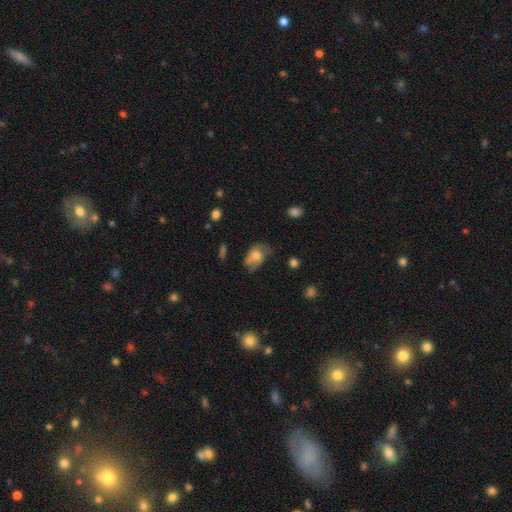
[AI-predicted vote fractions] A smooth galaxy with no disk features (59%) that is in between round and cigar-shaped (81%).

Vote fractions:
- Smooth or featured? smooth: 59% / featured or disk: 32% / star or artifact: 9%
- How rounded? in between: 81% / round: 18% / cigar-shaped: 2%
- Merging? none: 41% / minor disturbance: 34% / major disturbance: 21% / merger: 4%